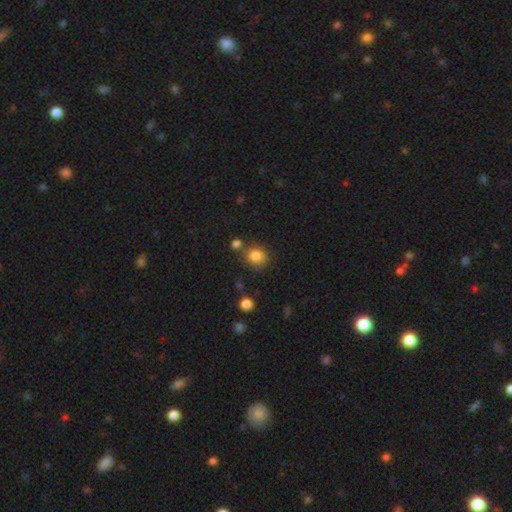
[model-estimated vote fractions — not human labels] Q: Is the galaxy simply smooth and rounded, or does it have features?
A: smooth — 83%.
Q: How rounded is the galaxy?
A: round — 77%.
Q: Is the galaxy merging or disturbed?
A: none — 74%.